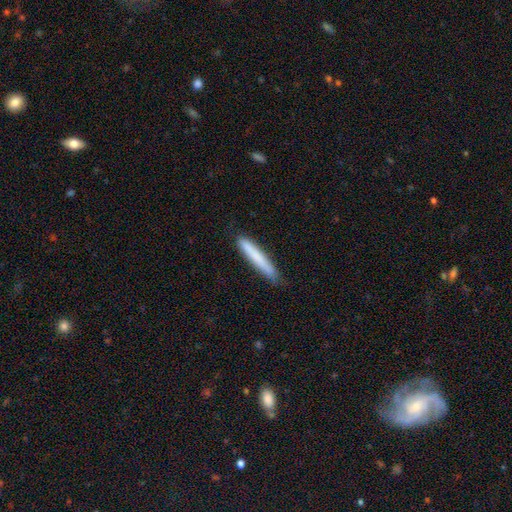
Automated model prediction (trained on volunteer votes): smooth_or_featured: smooth (p=0.76) [alt: featured or disk p=0.18]
how_rounded: cigar-shaped (p=0.95) [alt: in between p=0.04]
merging: none (p=0.82) [alt: minor disturbance p=0.14]